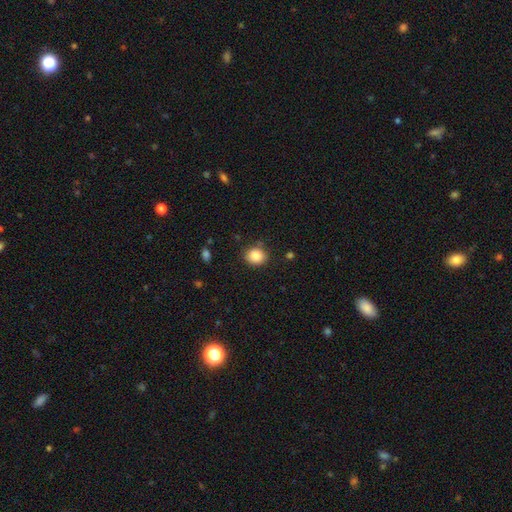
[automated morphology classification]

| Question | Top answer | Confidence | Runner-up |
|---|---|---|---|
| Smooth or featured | smooth | 87% | star or artifact (9%) |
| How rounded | round | 76% | in between (23%) |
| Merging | none | 84% | minor disturbance (11%) |